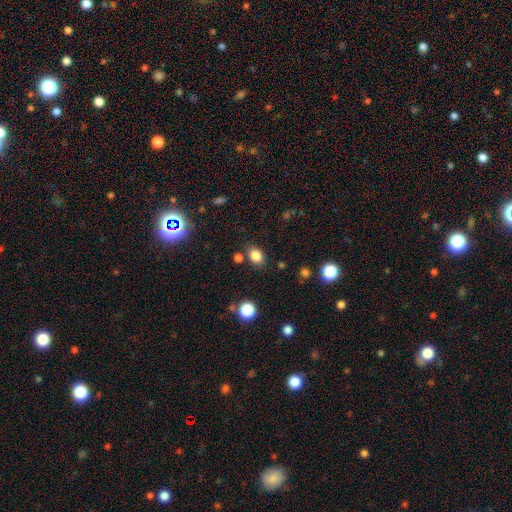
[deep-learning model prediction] Morphology: type=smooth (83%); roundness=in between (65%); merging=none (78%).